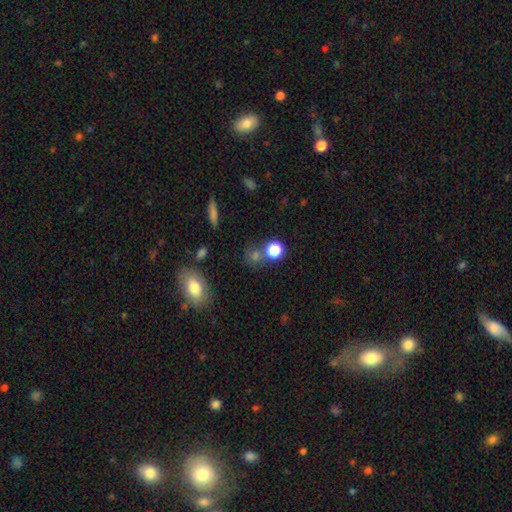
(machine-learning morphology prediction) smooth-or-featured: smooth: 69% | star or artifact: 22% | featured or disk: 9%
  how-rounded: round: 78% | in between: 19% | cigar-shaped: 2%
  merging: none: 60% | merger: 24% | minor disturbance: 11% | major disturbance: 5%